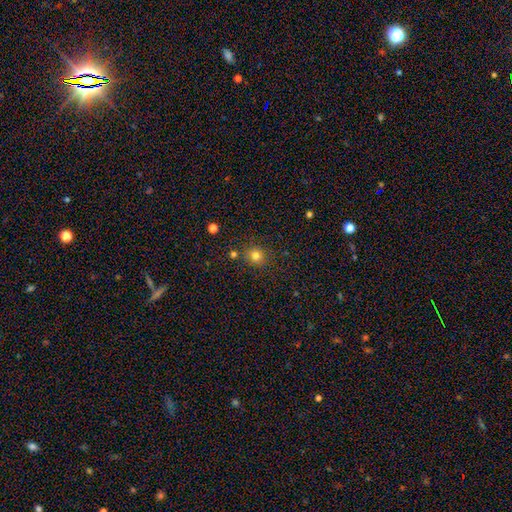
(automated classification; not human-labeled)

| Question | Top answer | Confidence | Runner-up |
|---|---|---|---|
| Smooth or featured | smooth | 79% | star or artifact (15%) |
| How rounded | round | 90% | in between (9%) |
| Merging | none | 82% | minor disturbance (9%) |